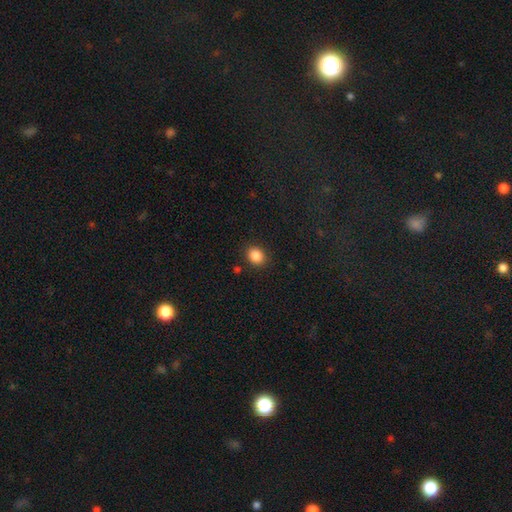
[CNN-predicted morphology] Smooth or featured: smooth — 87% (star or artifact — 10%)
How rounded: round — 61% (in between — 38%)
Merging: none — 86% (minor disturbance — 9%)